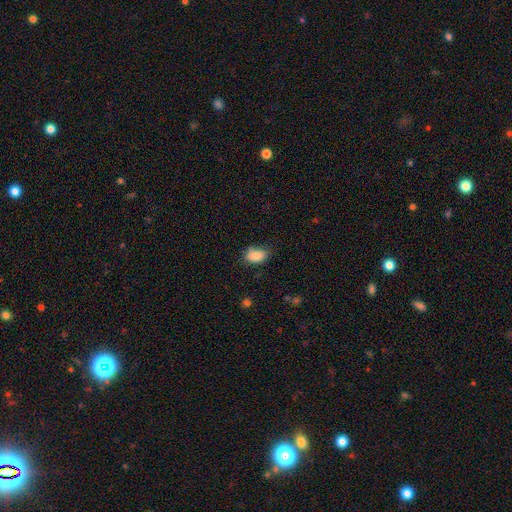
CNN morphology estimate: Smooth or featured?
  - smooth: 84% *
  - star or artifact: 8%
  - featured or disk: 8%
How rounded?
  - in between: 86% *
  - round: 12%
  - cigar-shaped: 1%
Merging?
  - none: 65% *
  - minor disturbance: 28%
  - major disturbance: 6%
  - merger: 2%